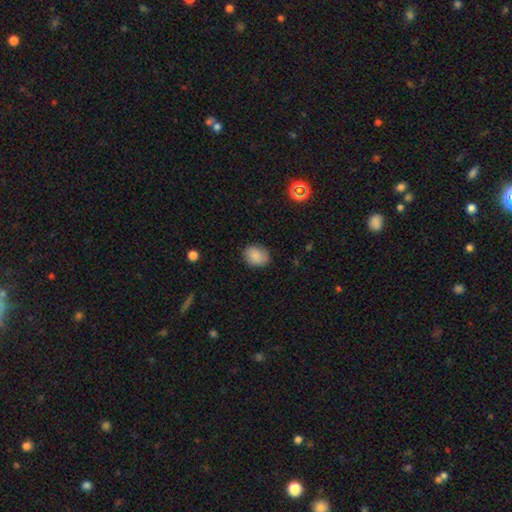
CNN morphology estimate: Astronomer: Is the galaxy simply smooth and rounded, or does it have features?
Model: smooth — 86%.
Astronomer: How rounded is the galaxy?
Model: round — 52% (runner-up: in between, 47%).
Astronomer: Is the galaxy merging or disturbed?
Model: none — 82%.